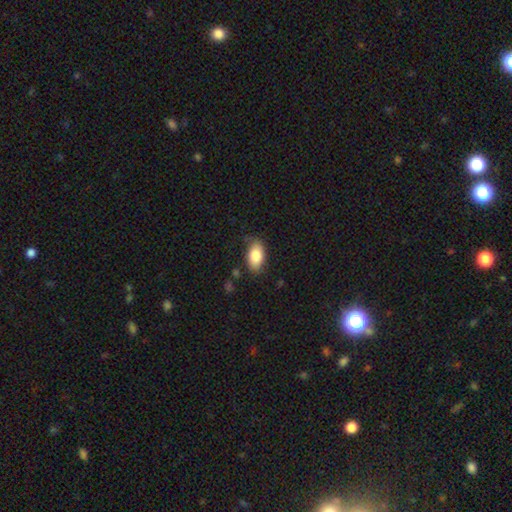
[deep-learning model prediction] A smooth galaxy with no disk features (84%) that is in between round and cigar-shaped (93%). Merging: none (76%).